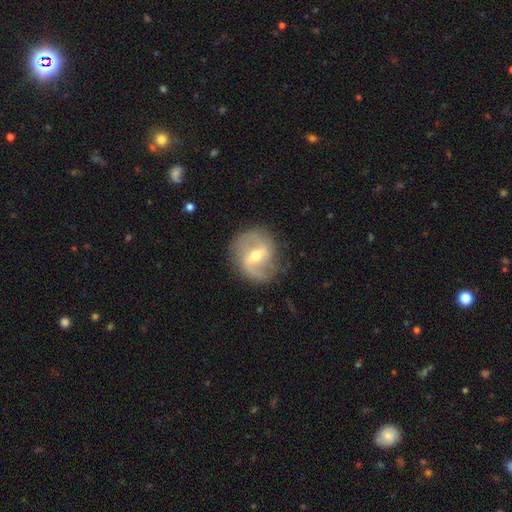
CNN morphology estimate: A featured or disk galaxy (82%) with a weak bar (50%), 2 (88%) medium (44%) spiral arms (91%) and a moderate central bulge (65%). Merging: none (81%).